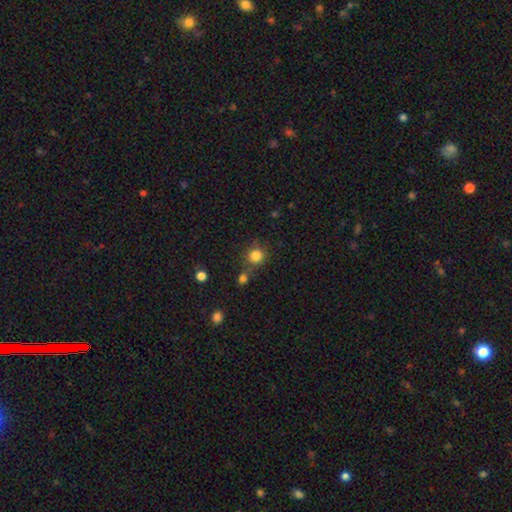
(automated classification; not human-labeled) A smooth galaxy with no disk features (83%) that is round (89%). Merging: none (71%).